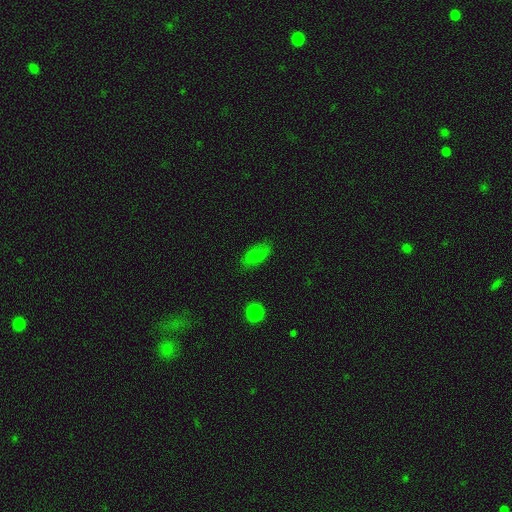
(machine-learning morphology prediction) Smooth or featured?
  - smooth: 76% *
  - featured or disk: 14%
  - star or artifact: 10%
How rounded?
  - in between: 87% *
  - cigar-shaped: 9%
  - round: 4%
Merging?
  - none: 77% *
  - minor disturbance: 17%
  - major disturbance: 4%
  - merger: 2%